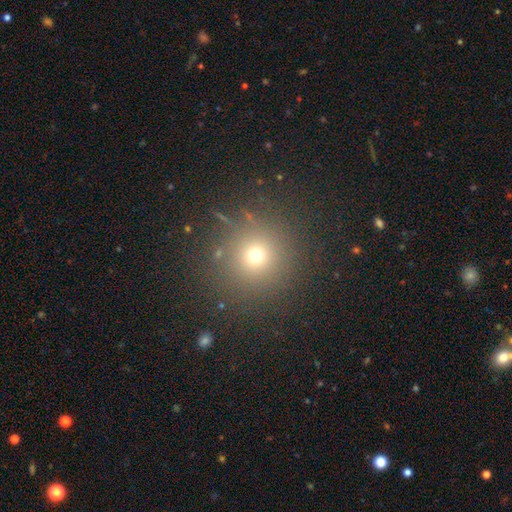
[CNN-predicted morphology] smooth_or_featured: smooth (p=0.66) [alt: star or artifact p=0.24]
how_rounded: round (p=0.95) [alt: in between p=0.04]
merging: none (p=0.87) [alt: minor disturbance p=0.07]